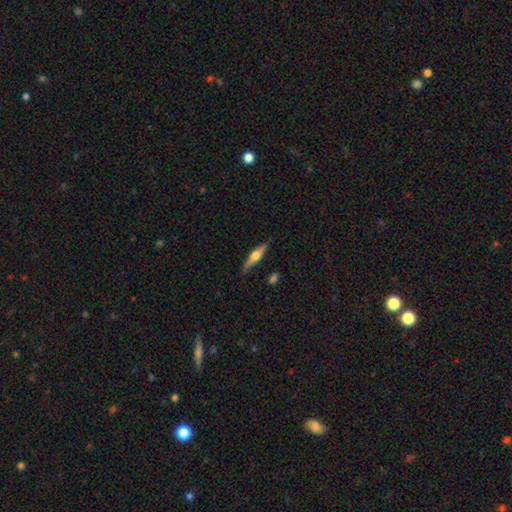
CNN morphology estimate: Smooth or featured? featured or disk (64%)
Edge-on disk? yes (96%)
Edge-on bulge? rounded (92%)
Merging? none (82%)